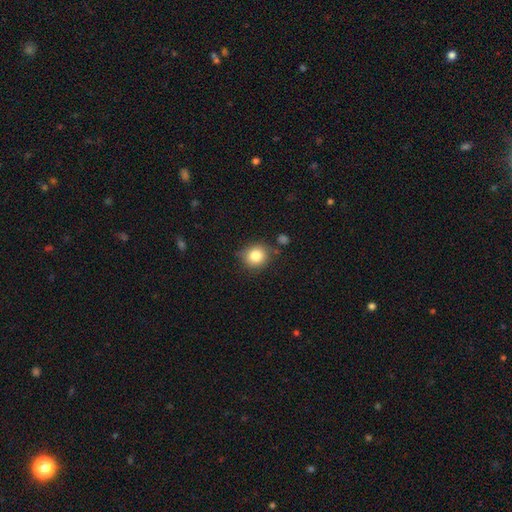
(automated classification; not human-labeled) smooth-or-featured: smooth: 82% | star or artifact: 10% | featured or disk: 7%
  how-rounded: round: 86% | in between: 13% | cigar-shaped: 1%
  merging: none: 80% | minor disturbance: 13% | merger: 4% | major disturbance: 3%